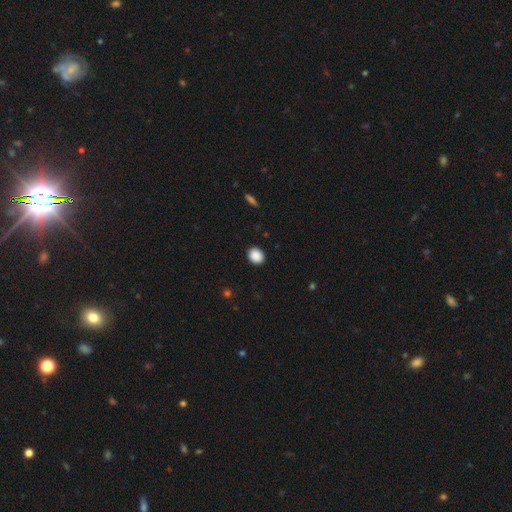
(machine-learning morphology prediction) This is clearly a smooth galaxy (89%). How rounded: likely round (64%). Merging: clearly none (91%).